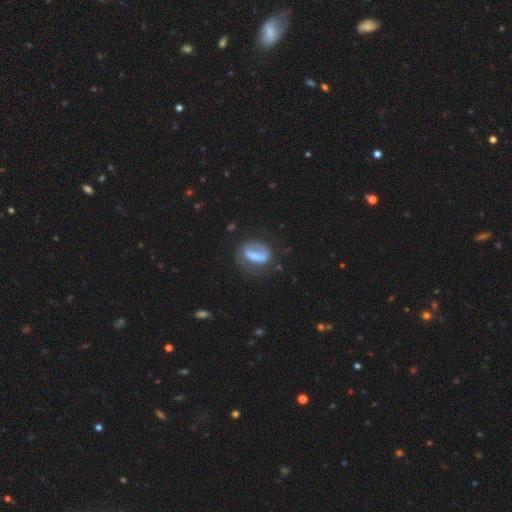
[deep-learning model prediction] smooth_or_featured: smooth (p=0.46) [alt: featured or disk p=0.45]
merging: none (p=0.43) [alt: major disturbance p=0.30]